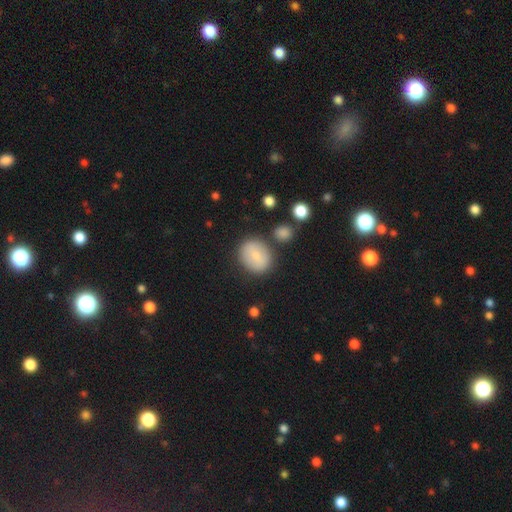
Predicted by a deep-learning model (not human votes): Smooth or featured?
  - smooth: 75% *
  - featured or disk: 17%
  - star or artifact: 8%
How rounded?
  - round: 62% *
  - in between: 37%
  - cigar-shaped: 1%
Merging?
  - none: 80% *
  - minor disturbance: 11%
  - merger: 5%
  - major disturbance: 4%